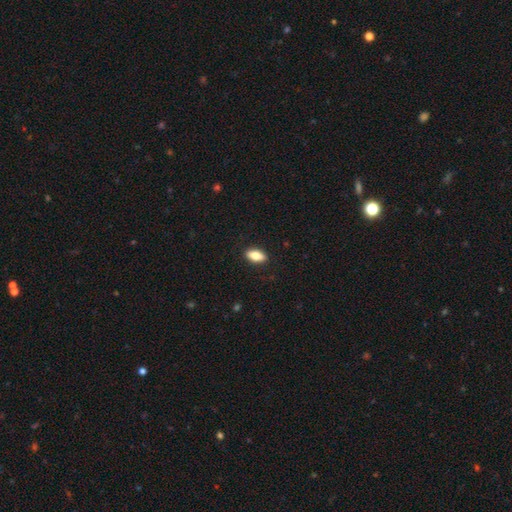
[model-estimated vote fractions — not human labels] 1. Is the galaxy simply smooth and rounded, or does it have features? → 80% smooth, 13% featured or disk, 7% star or artifact.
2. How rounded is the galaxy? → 86% in between, 10% cigar-shaped, 4% round.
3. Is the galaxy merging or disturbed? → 89% none, 8% minor disturbance, 2% major disturbance, 1% merger.